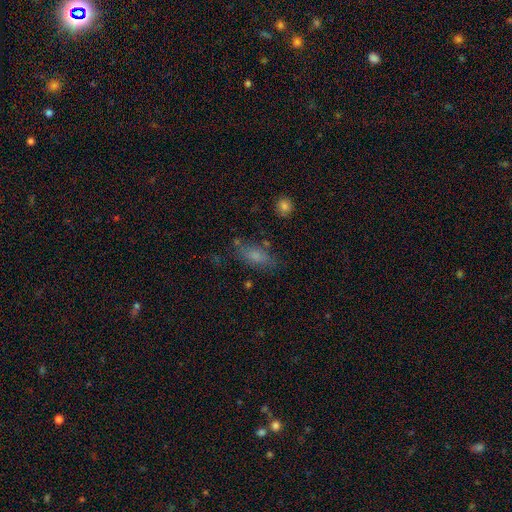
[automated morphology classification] A smooth galaxy with no disk features (70%) that is in between round and cigar-shaped (76%). Merging: none (66%).